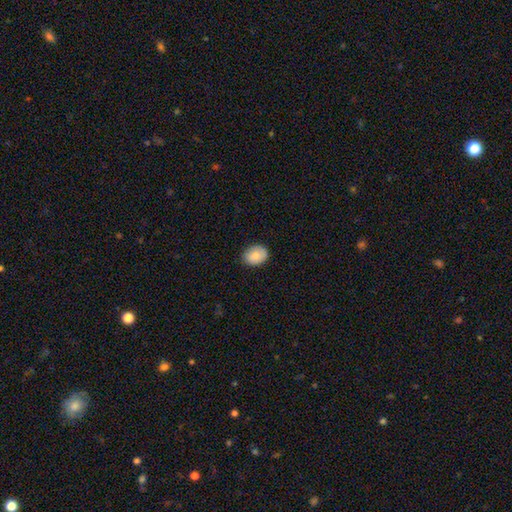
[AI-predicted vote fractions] A smooth galaxy with no disk features (84%) that is in between round and cigar-shaped (65%). Merging: none (84%).